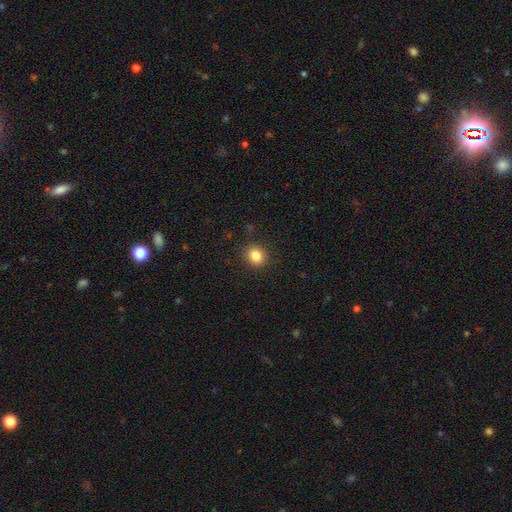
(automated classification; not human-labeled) A smooth galaxy with no disk features (84%) that is round (74%).

Vote fractions:
- Smooth or featured? smooth: 84% / star or artifact: 11% / featured or disk: 5%
- How rounded? round: 74% / in between: 25% / cigar-shaped: 1%
- Merging? none: 89% / minor disturbance: 7% / major disturbance: 3% / merger: 1%